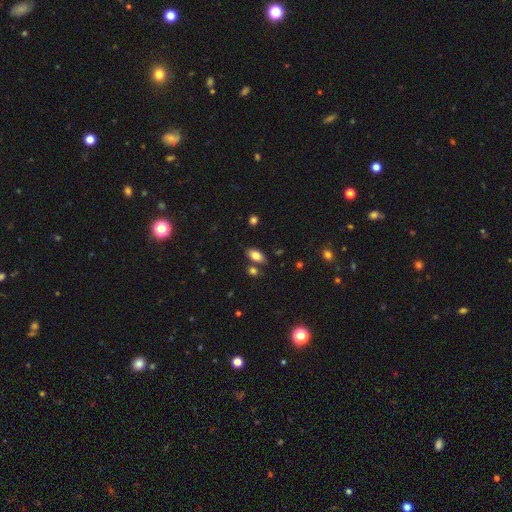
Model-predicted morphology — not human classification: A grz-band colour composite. It shows a smooth galaxy with no disk features (81%) that is in between round and cigar-shaped (91%). Merging: none (74%).